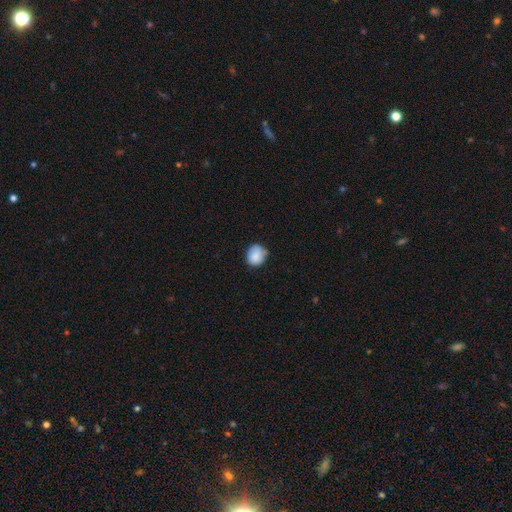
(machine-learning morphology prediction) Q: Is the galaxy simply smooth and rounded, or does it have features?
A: smooth — 85%.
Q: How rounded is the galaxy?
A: round — 79%.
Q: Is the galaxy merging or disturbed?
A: none — 66%.